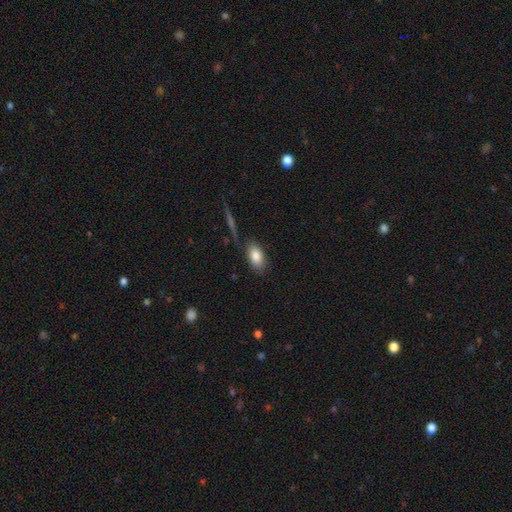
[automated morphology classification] smooth_or_featured: smooth (p=0.83) [alt: featured or disk p=0.09]
how_rounded: in between (p=0.90) [alt: round p=0.05]
merging: none (p=0.78) [alt: minor disturbance p=0.14]